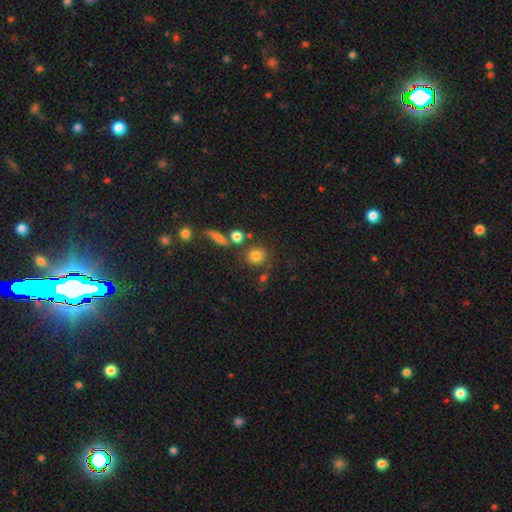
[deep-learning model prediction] Overall: smooth (78%). How rounded: round (85%). Merging: none (71%).